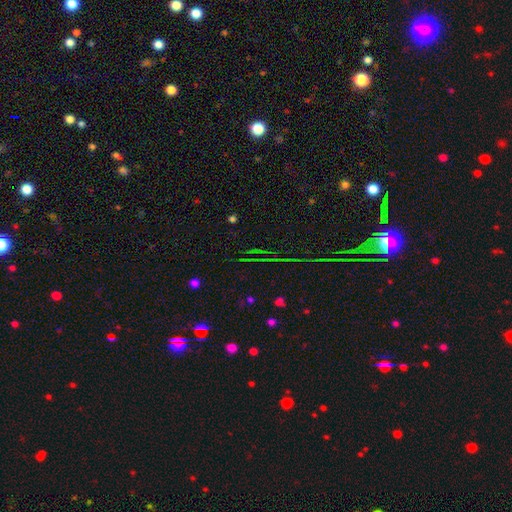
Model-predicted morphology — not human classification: The model was most divided on "smooth or featured": star or artifact: 74%, smooth: 14%, featured or disk: 12%.